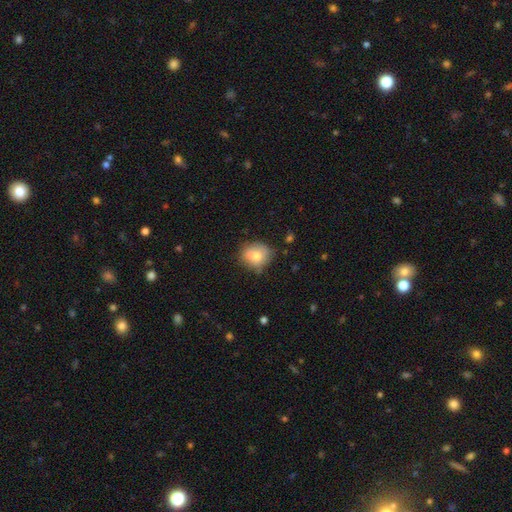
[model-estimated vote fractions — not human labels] Overall: smooth (76%). How rounded: round (67%; in between 32%). Merging: none (62%; minor disturbance 28%).